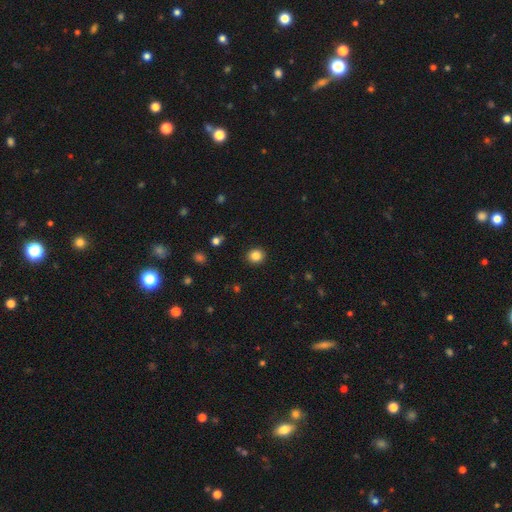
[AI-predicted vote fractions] smooth 85%, star or artifact 11%, featured or disk 5%. Down the decision tree: how rounded — round (85%); merging — none (92%).